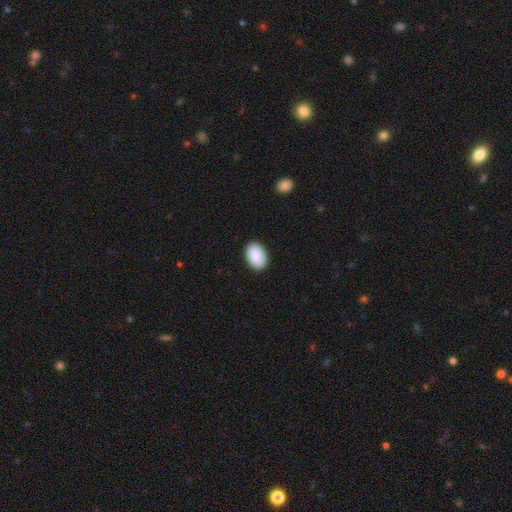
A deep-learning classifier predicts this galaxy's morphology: Smooth or featured? smooth (91%)
How rounded? in between (90%)
Merging? none (89%)